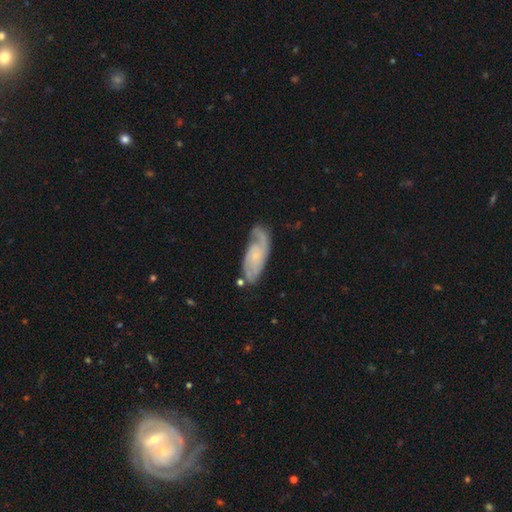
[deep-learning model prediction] Q: Smooth or featured?
A: featured or disk (73%); runner-up: smooth (21%)
Q: Edge-on disk?
A: no (92%); runner-up: yes (8%)
Q: Bar?
A: no (67%); runner-up: weak (28%)
Q: Spiral arms?
A: yes (93%); runner-up: no (7%)
Q: Spiral winding?
A: medium (42%); runner-up: tight (40%)
Q: Spiral arm count?
A: 2 (64%); runner-up: can't tell (16%)
Q: Bulge size?
A: small (64%); runner-up: none (18%)
Q: Merging?
A: none (63%); runner-up: minor disturbance (23%)